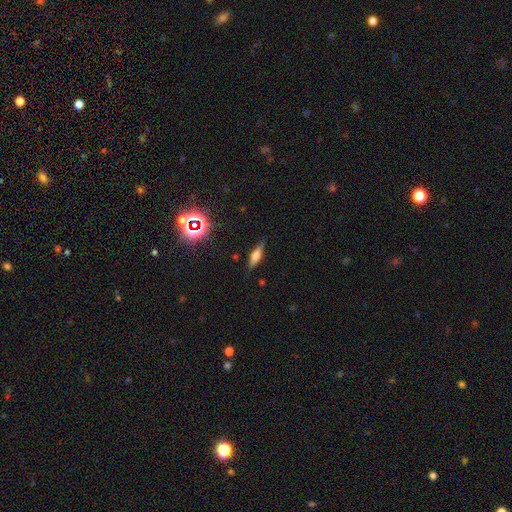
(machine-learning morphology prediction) This appears to be a featured or disk galaxy (48%). Merging: none (84%).